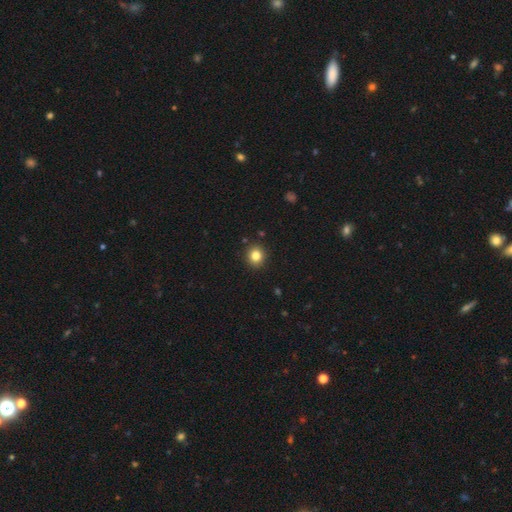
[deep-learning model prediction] Smooth or featured: smooth — 82% (star or artifact — 12%)
How rounded: round — 87% (in between — 12%)
Merging: none — 91% (minor disturbance — 6%)